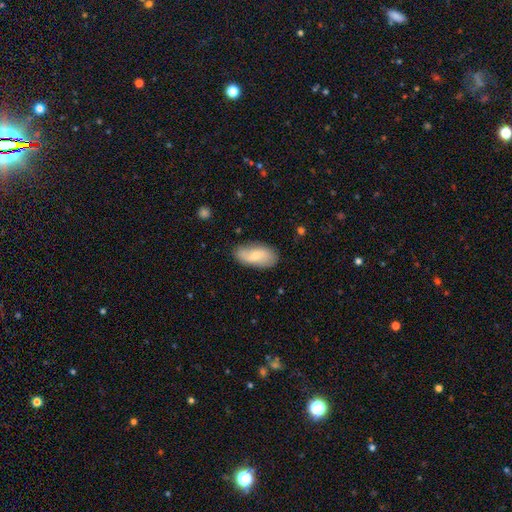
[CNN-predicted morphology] A smooth galaxy with no disk features (61%) that is in between round and cigar-shaped (90%). Merging: none (77%).